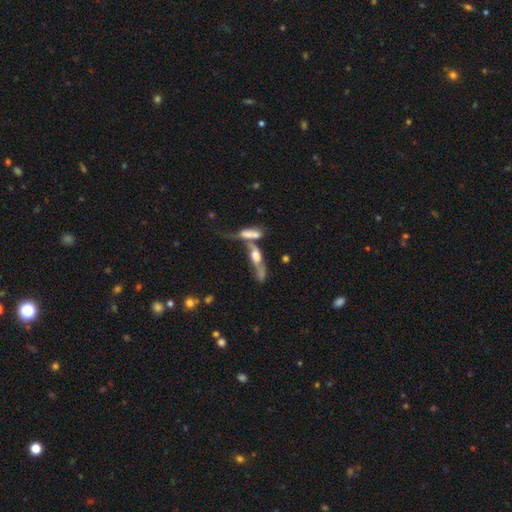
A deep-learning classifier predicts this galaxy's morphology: Smooth or featured: featured or disk — 52% (smooth — 36%)
Edge-on disk: yes — 56% (no — 44%)
Merging: merger — 53% (none — 20%)